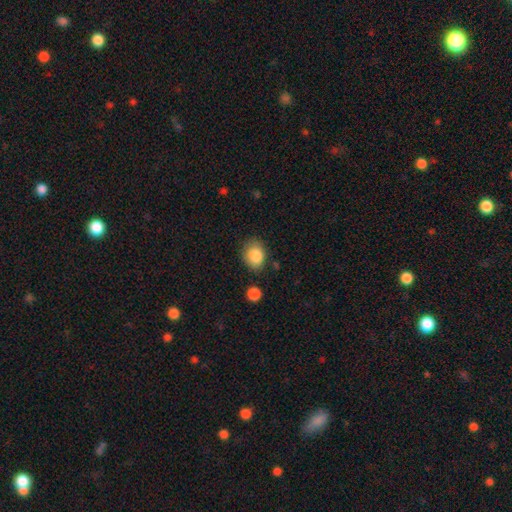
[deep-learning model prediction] A smooth galaxy with no disk features (87%) that is in between round and cigar-shaped (59%). Merging: none (74%).